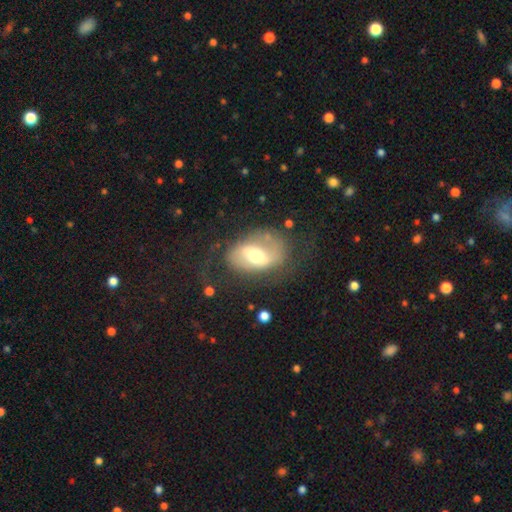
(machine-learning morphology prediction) smooth_or_featured: featured or disk (p=0.60) [alt: smooth p=0.33]
disk_edge_on: no (p=0.94) [alt: yes p=0.06]
bar: weak (p=0.41) [alt: strong p=0.32]
has_spiral_arms: yes (p=0.65) [alt: no p=0.35]
bulge_size: moderate (p=0.67) [alt: large p=0.16]
merging: none (p=0.59) [alt: minor disturbance p=0.20]